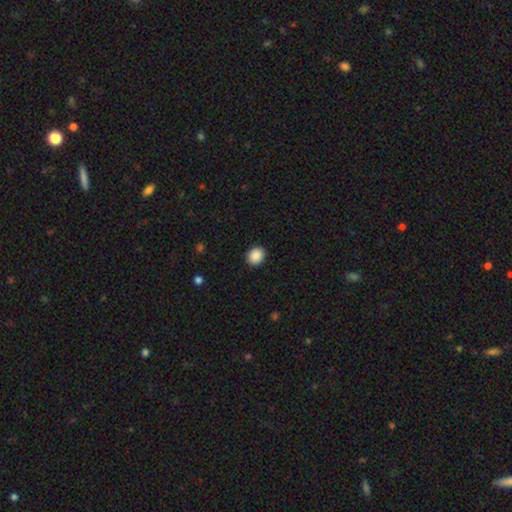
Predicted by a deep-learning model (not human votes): This is clearly a smooth galaxy (89%). How rounded: likely round (66%). Merging: clearly none (92%).